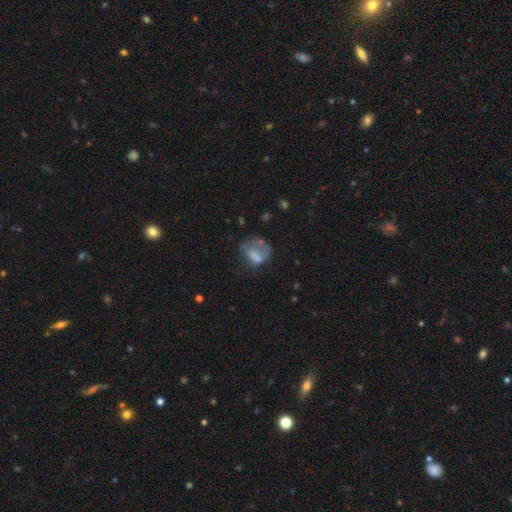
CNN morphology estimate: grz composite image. It shows a smooth galaxy with no disk features (53%) that is in between round and cigar-shaped (57%). Merging: major disturbance (39%).